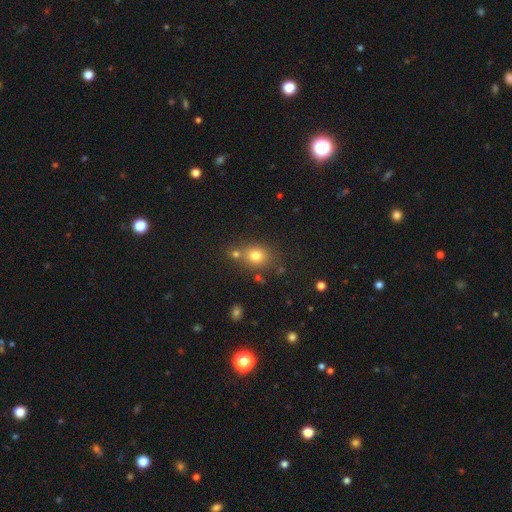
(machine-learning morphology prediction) Smooth or featured: smooth — 76% (star or artifact — 14%)
How rounded: round — 63% (in between — 36%)
Merging: none — 62% (merger — 22%)